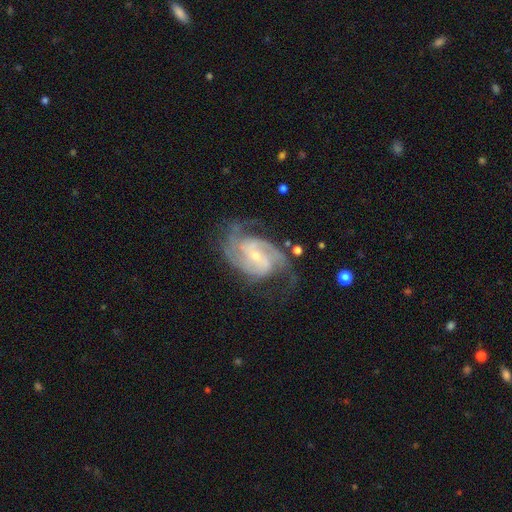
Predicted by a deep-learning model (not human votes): Smooth or featured? featured or disk (91%)
Edge-on disk? no (97%)
Bar? weak (45%)
Spiral arms? yes (98%)
Spiral winding? medium (48%)
Spiral arm count? 2 (47%)
Bulge size? small (68%)
Merging? none (65%)